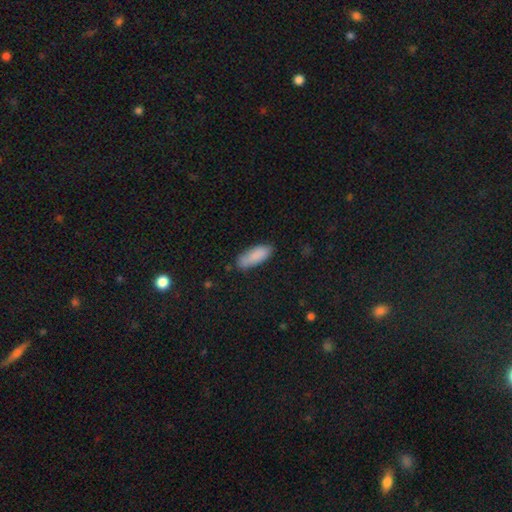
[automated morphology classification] smooth_or_featured: smooth (p=0.86) [alt: featured or disk p=0.07]
how_rounded: in between (p=0.70) [alt: cigar-shaped p=0.28]
merging: none (p=0.74) [alt: minor disturbance p=0.20]